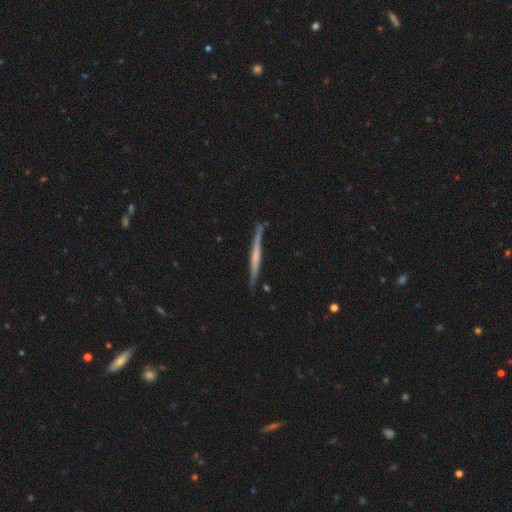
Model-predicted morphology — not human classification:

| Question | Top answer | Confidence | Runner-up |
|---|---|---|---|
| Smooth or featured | featured or disk | 62% | smooth (32%) |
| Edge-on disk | yes | 97% | no (3%) |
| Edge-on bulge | none | 62% | rounded (24%) |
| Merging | none | 84% | minor disturbance (12%) |